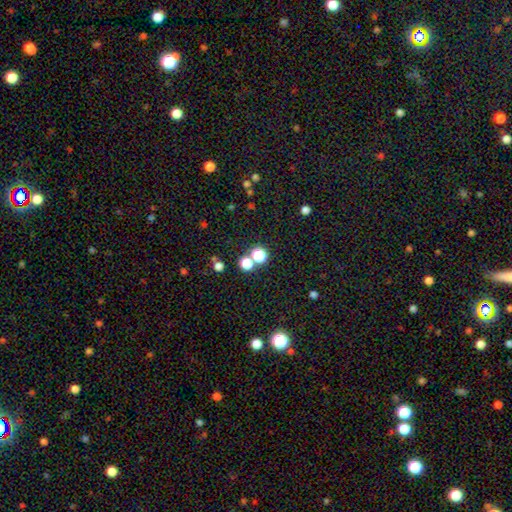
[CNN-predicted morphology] A star or artifact, not a galaxy (61%).

Vote fractions:
- Smooth or featured? star or artifact: 61% / smooth: 32% / featured or disk: 8%